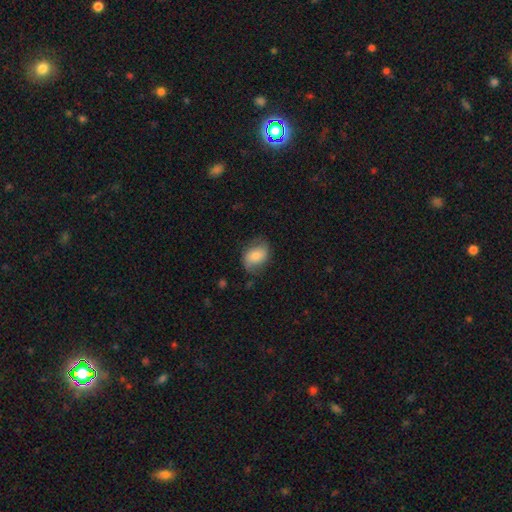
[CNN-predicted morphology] Smooth or featured? Predicted: smooth (p=0.68). How rounded? Predicted: in between (p=0.74). Merging? Predicted: none (p=0.67).